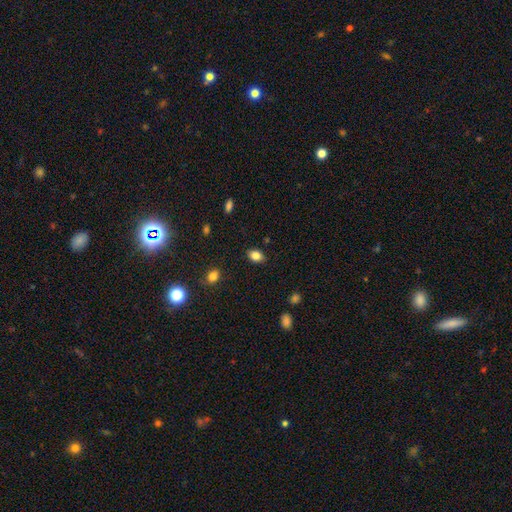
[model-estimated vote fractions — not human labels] A smooth galaxy with no disk features (83%) that is in between round and cigar-shaped (78%). Merging: none (85%).